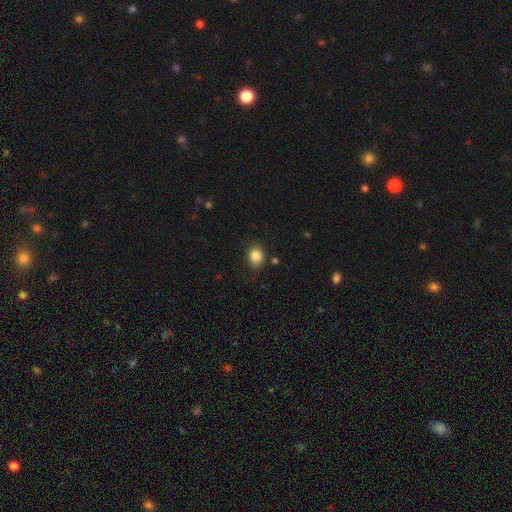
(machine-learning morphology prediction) Overall: smooth (85%). How rounded: round (58%; in between 41%). Merging: none (80%).